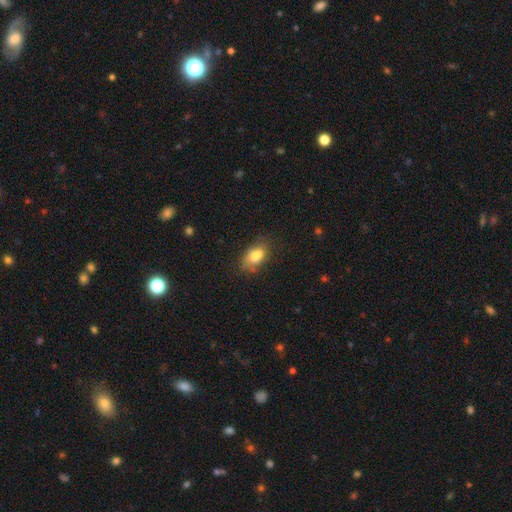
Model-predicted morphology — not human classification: The model was most divided on "merging": none: 56%, minor disturbance: 25%, merger: 10%, major disturbance: 9%. More confident: how rounded — in between (86%); smooth or featured — smooth (76%).